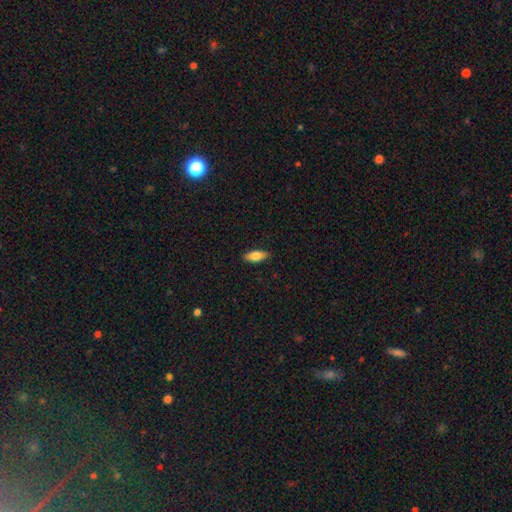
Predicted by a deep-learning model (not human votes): smooth 79%, featured or disk 15%, star or artifact 6%. Down the decision tree: how rounded — in between (78%); merging — none (89%).